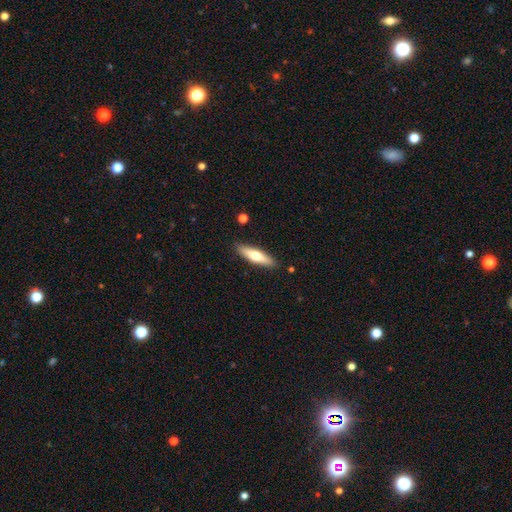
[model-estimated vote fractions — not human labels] Morphology: type=smooth (57%); roundness=cigar-shaped (67%); merging=none (88%).